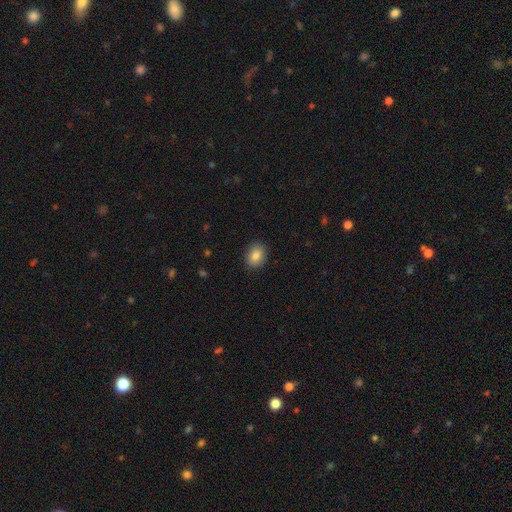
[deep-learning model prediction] Q: Smooth or featured?
A: smooth (85%); runner-up: star or artifact (9%)
Q: How rounded?
A: in between (56%); runner-up: round (43%)
Q: Merging?
A: none (89%); runner-up: minor disturbance (8%)